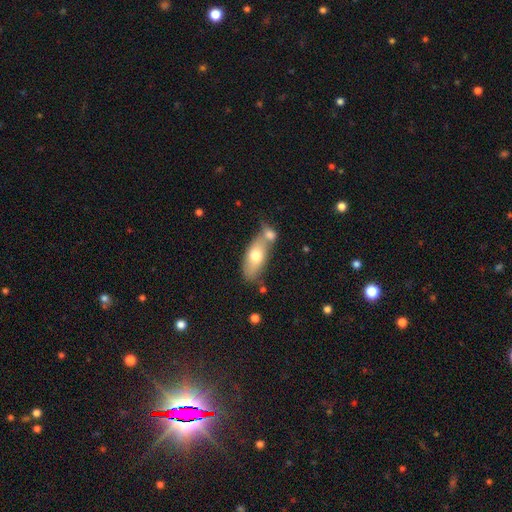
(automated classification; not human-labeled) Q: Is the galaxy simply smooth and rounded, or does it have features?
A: smooth — 66%.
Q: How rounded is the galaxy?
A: in between — 83%.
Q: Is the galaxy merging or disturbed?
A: none — 42%.